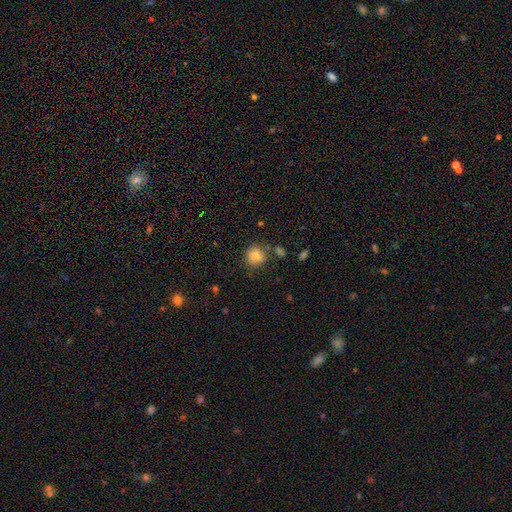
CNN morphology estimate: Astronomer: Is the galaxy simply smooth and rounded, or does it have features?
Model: smooth — 80%.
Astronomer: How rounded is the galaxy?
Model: round — 87%.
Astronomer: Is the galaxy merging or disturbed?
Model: none — 78%.